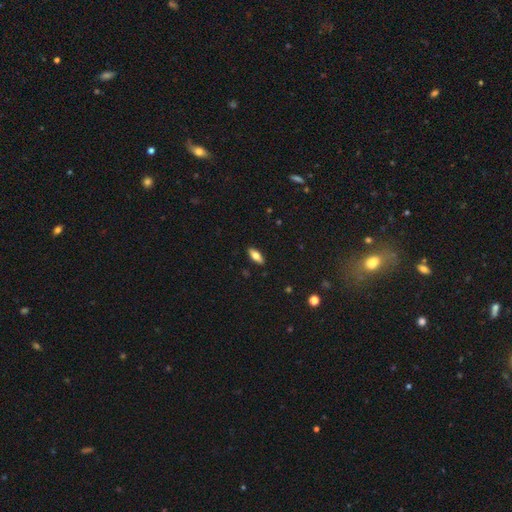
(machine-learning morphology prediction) A smooth galaxy with no disk features (65%) that is in between round and cigar-shaped (77%). Merging: none (89%).